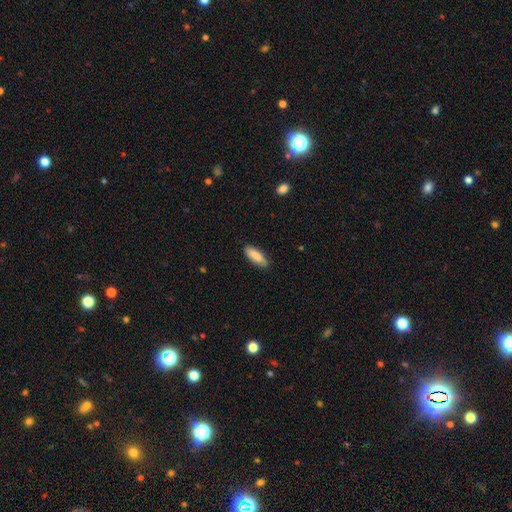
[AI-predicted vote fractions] Q: Smooth or featured?
A: smooth (84%); runner-up: featured or disk (10%)
Q: How rounded?
A: in between (57%); runner-up: cigar-shaped (41%)
Q: Merging?
A: none (85%); runner-up: minor disturbance (12%)